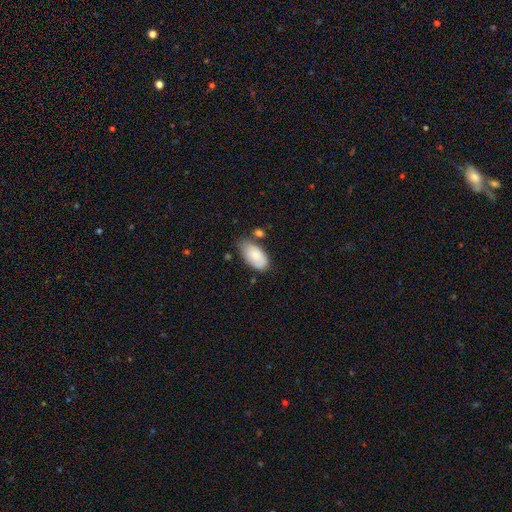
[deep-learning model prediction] Smooth or featured?
  - smooth: 81% *
  - featured or disk: 13%
  - star or artifact: 6%
How rounded?
  - in between: 95% *
  - round: 3%
  - cigar-shaped: 2%
Merging?
  - none: 58% *
  - minor disturbance: 28%
  - merger: 8%
  - major disturbance: 6%